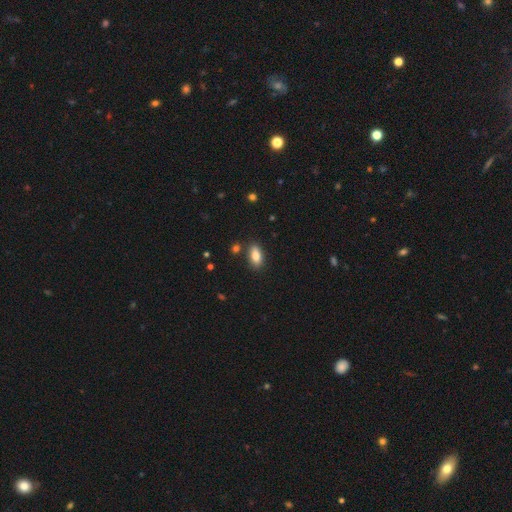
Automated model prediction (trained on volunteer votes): This is clearly a smooth galaxy (84%). How rounded: clearly in between (88%). Merging: clearly none (84%).